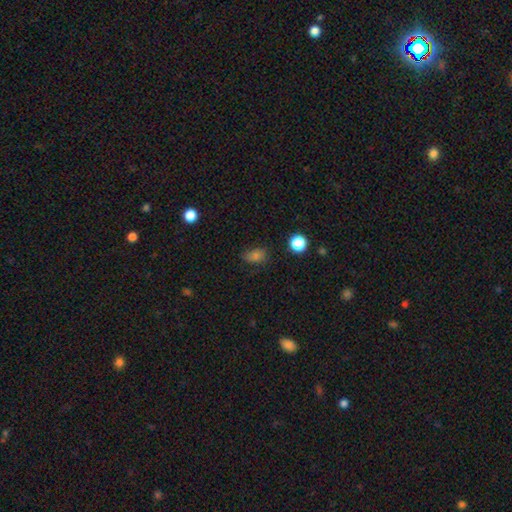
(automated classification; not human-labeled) Smooth or featured: smooth — 74% (star or artifact — 18%)
How rounded: in between — 77% (round — 20%)
Merging: none — 74% (minor disturbance — 19%)